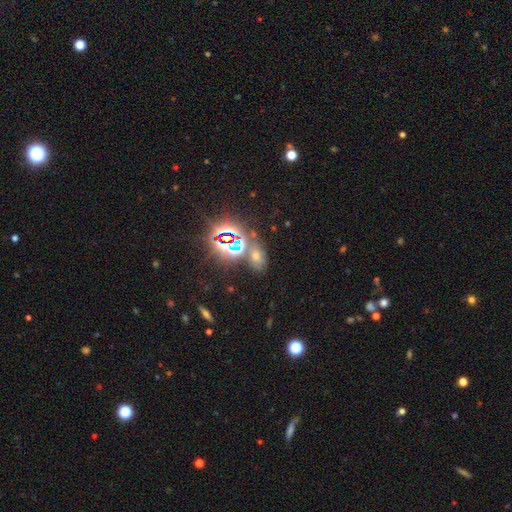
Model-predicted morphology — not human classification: Q: Smooth or featured?
A: star or artifact (61%); runner-up: smooth (29%)